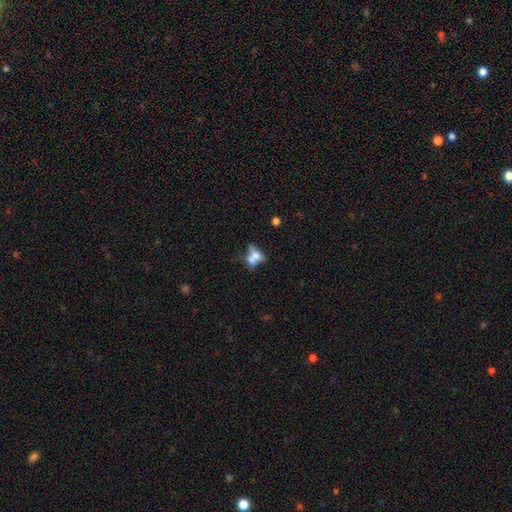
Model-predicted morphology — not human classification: A smooth galaxy with no disk features (55%) that is in between round and cigar-shaped (64%).

Vote fractions:
- Smooth or featured? smooth: 55% / featured or disk: 34% / star or artifact: 12%
- How rounded? in between: 64% / round: 25% / cigar-shaped: 11%
- Merging? merger: 52% / none: 26% / minor disturbance: 11% / major disturbance: 11%